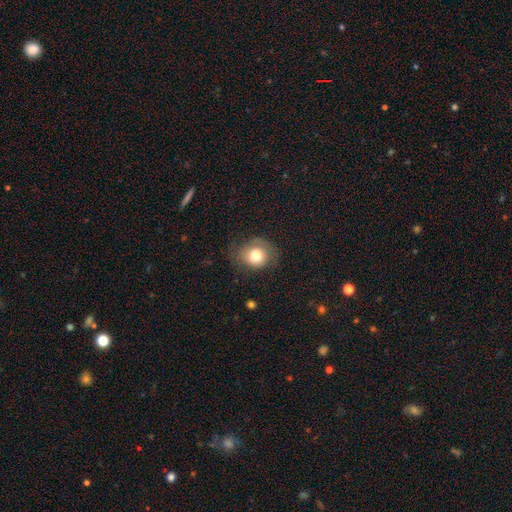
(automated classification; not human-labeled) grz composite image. It shows a smooth galaxy with no disk features (73%) that is round (68%). Merging: none (65%).